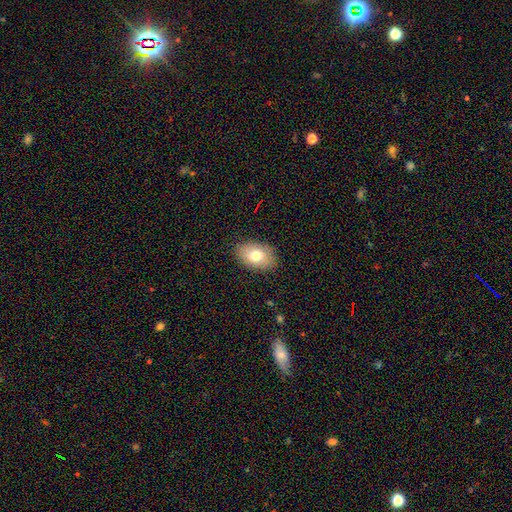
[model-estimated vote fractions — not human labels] This appears to be a smooth galaxy with no disk features (74%) that is in between round and cigar-shaped (87%). Merging: none (86%).